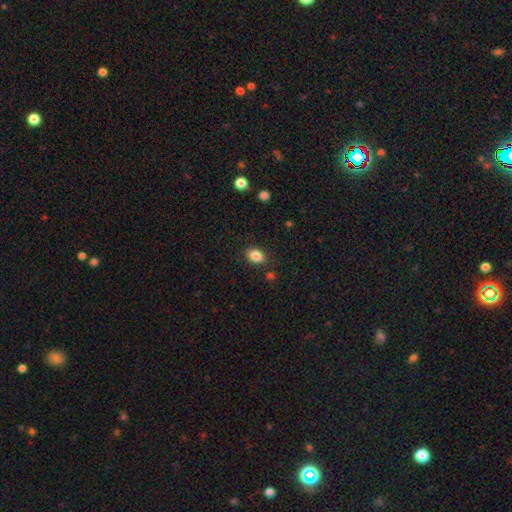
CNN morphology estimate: Q: Smooth or featured?
A: smooth (86%); runner-up: star or artifact (9%)
Q: How rounded?
A: in between (78%); runner-up: round (21%)
Q: Merging?
A: none (85%); runner-up: minor disturbance (10%)